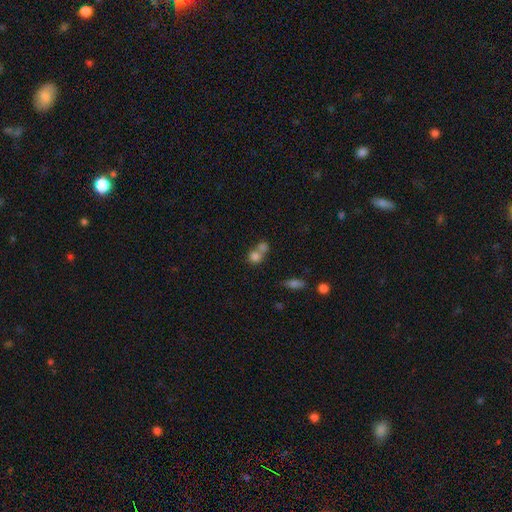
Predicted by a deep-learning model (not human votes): Smooth or featured? Predicted: smooth (p=0.77). How rounded? Predicted: round (p=0.77). Merging? Predicted: merger (p=0.56).